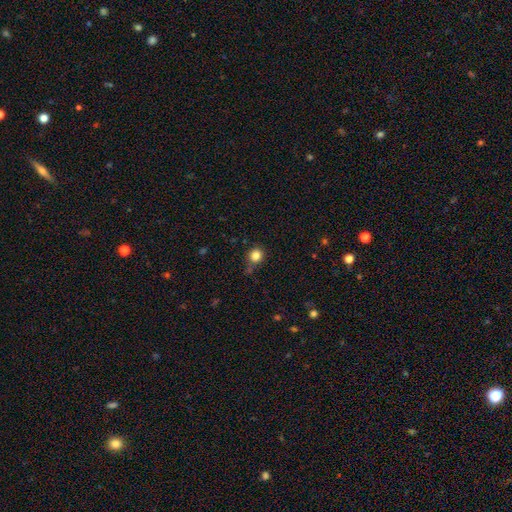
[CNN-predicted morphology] This appears to be a smooth galaxy with no disk features (83%) that is round (84%). Merging: none (68%).